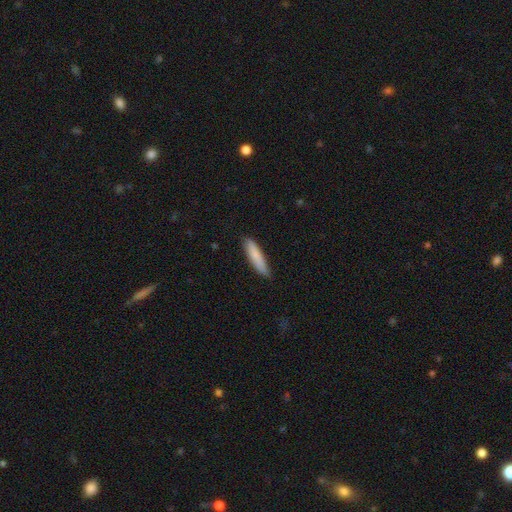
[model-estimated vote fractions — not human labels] This appears to be a smooth galaxy with no disk features (81%) that is cigar-shaped (81%). Merging: none (83%).